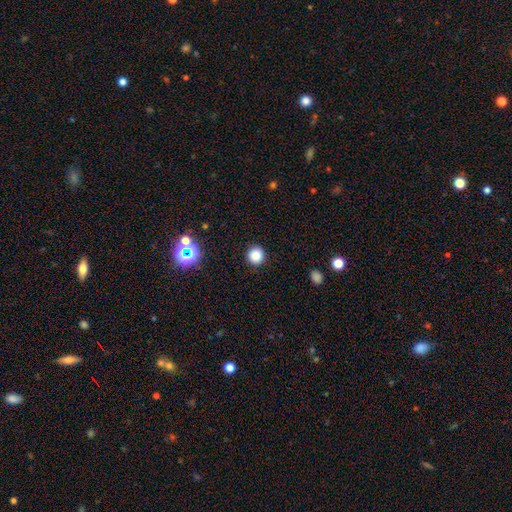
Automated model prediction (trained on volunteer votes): Morphology: type=smooth (83%); roundness=round (93%); merging=none (91%).